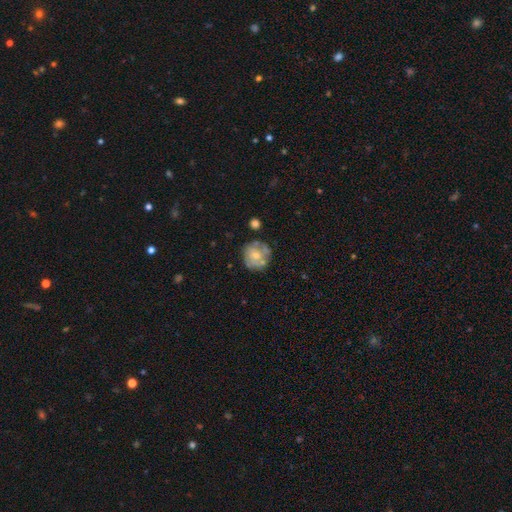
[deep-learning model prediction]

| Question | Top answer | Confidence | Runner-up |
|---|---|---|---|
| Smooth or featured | featured or disk | 53% | smooth (39%) |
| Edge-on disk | no | 98% | yes (2%) |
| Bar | no | 84% | weak (14%) |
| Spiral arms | no | 54% | yes (46%) |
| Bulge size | small | 49% | moderate (43%) |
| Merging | none | 62% | minor disturbance (21%) |